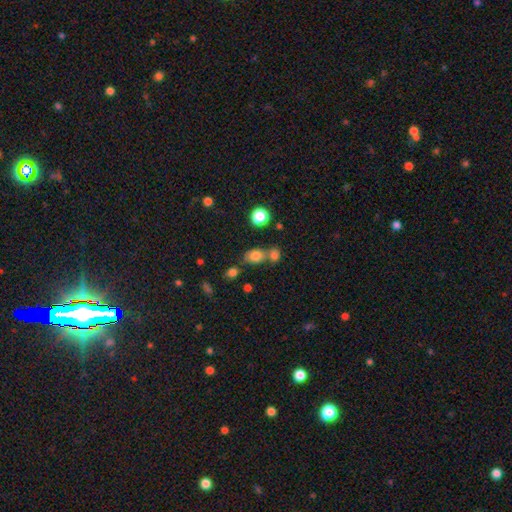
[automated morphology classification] Smooth or featured?
  - smooth: 77% *
  - star or artifact: 13%
  - featured or disk: 9%
How rounded?
  - in between: 63% *
  - round: 35%
  - cigar-shaped: 2%
Merging?
  - none: 51% *
  - merger: 32%
  - minor disturbance: 13%
  - major disturbance: 5%